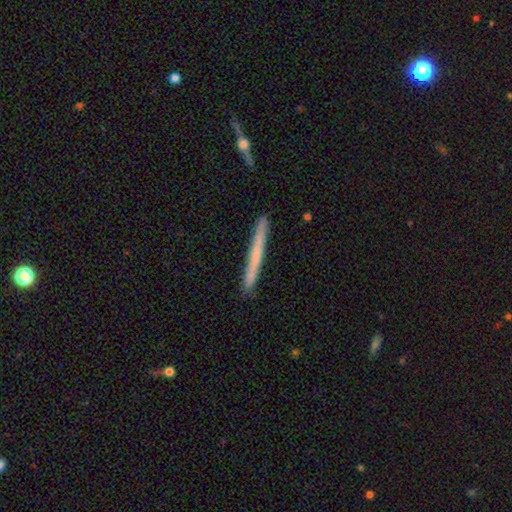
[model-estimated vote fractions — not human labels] Morphology: type=smooth (53%); roundness=cigar-shaped (97%); merging=none (91%).